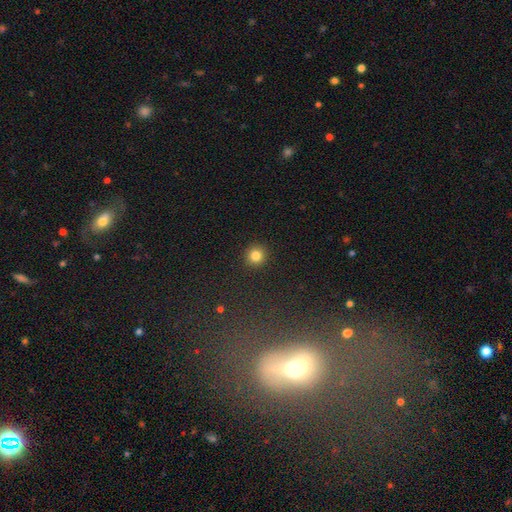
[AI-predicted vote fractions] Smooth or featured? Predicted: smooth (p=0.84). How rounded? Predicted: round (p=0.94). Merging? Predicted: none (p=0.93).